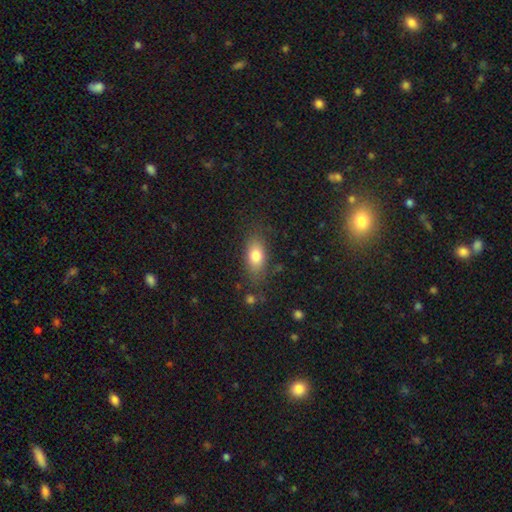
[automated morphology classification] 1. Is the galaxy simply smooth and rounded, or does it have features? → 78% smooth, 13% featured or disk, 8% star or artifact.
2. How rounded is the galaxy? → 83% in between, 8% cigar-shaped, 8% round.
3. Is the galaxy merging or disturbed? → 77% none, 15% minor disturbance, 5% major disturbance, 2% merger.